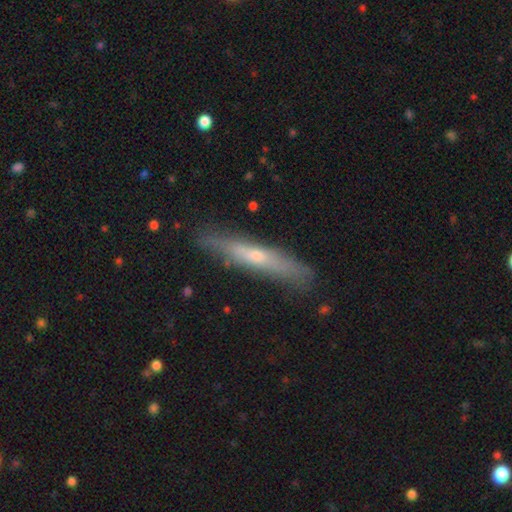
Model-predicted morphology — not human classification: featured or disk 57%, smooth 36%, star or artifact 7%. Down the decision tree: edge-on disk — yes (88%); edge-on bulge — rounded (63%); merging — none (83%).